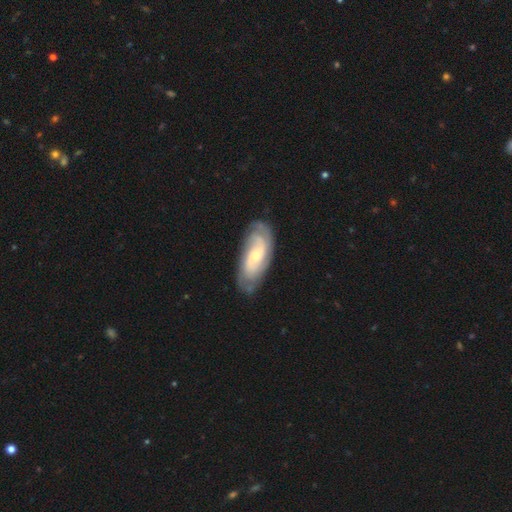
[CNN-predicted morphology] Smooth or featured: featured or disk — 73% (smooth — 22%)
Edge-on disk: no — 92% (yes — 8%)
Bar: no — 58% (weak — 34%)
Spiral arms: yes — 91% (no — 9%)
Spiral winding: tight — 49% (medium — 36%)
Spiral arm count: 2 — 40% (can't tell — 35%)
Bulge size: small — 58% (moderate — 36%)
Merging: none — 73% (minor disturbance — 19%)